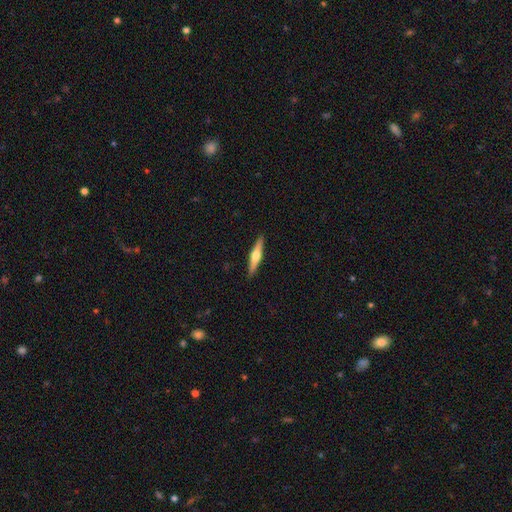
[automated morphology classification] smooth-or-featured: featured or disk: 62% | smooth: 33% | star or artifact: 5%
  disk-edge-on: yes: 97% | no: 3%
    edge-on-bulge: rounded: 93% | boxy: 3% | none: 3%
  merging: none: 91% | minor disturbance: 6% | major disturbance: 1% | merger: 1%